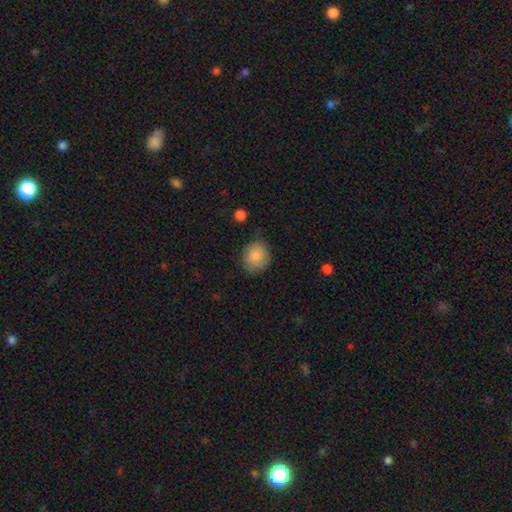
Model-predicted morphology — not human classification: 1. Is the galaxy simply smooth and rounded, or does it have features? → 86% smooth, 7% star or artifact, 7% featured or disk.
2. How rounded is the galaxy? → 70% round, 29% in between, 1% cigar-shaped.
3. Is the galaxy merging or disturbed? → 71% none, 23% minor disturbance, 5% major disturbance, 2% merger.